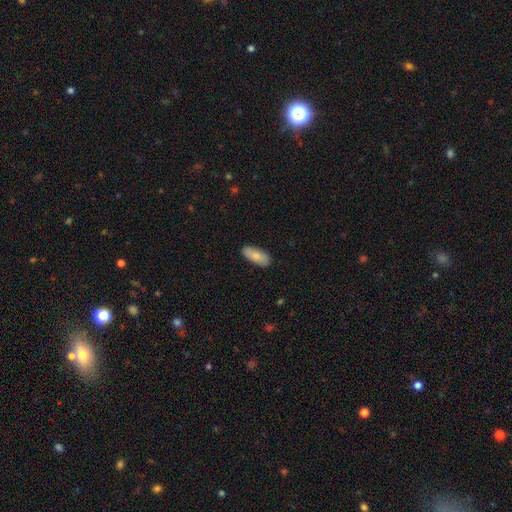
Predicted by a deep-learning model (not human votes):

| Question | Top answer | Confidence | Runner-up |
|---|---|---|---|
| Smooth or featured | smooth | 81% | featured or disk (13%) |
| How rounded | in between | 80% | cigar-shaped (18%) |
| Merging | none | 87% | minor disturbance (10%) |